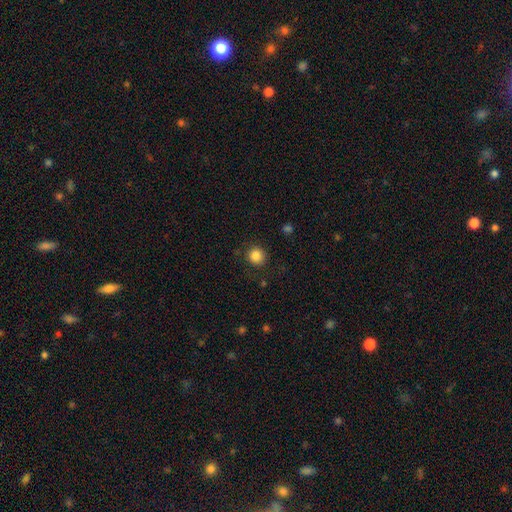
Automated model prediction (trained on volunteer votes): Q: Smooth or featured?
A: smooth (85%); runner-up: star or artifact (11%)
Q: How rounded?
A: round (91%); runner-up: in between (8%)
Q: Merging?
A: none (87%); runner-up: minor disturbance (9%)